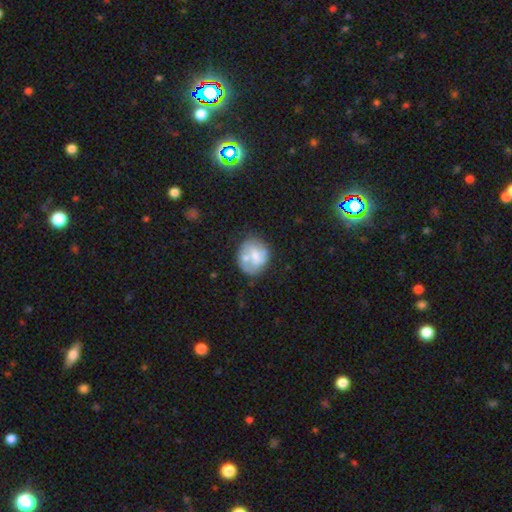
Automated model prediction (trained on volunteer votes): The model was most divided on "smooth or featured": smooth: 50%, featured or disk: 43%, star or artifact: 7%. Remaining: merging — none (45%).